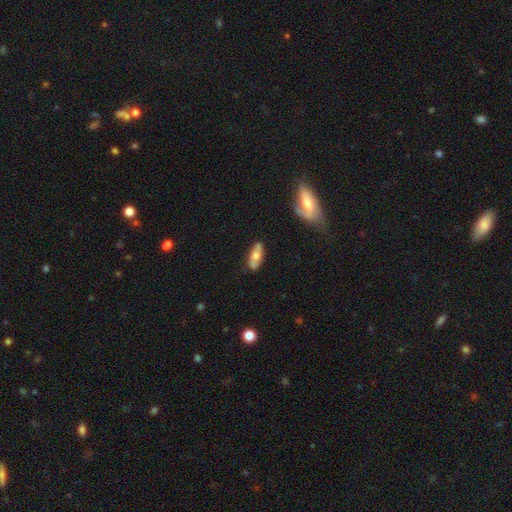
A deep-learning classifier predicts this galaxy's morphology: The model was most divided on "smooth or featured": smooth: 54%, featured or disk: 39%, star or artifact: 6%. More confident: merging — none (80%); how rounded — in between (75%).